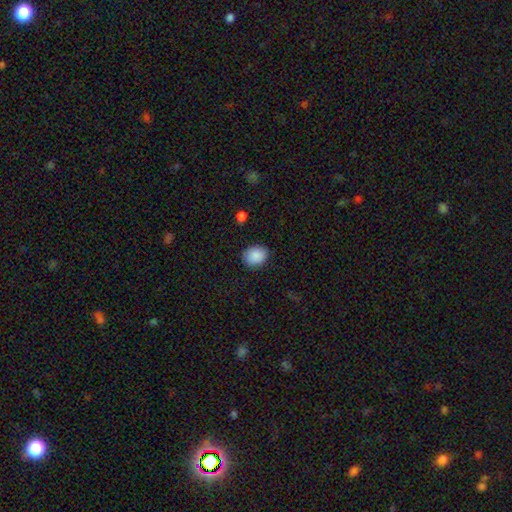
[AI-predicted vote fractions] Smooth or featured?
  - smooth: 89% *
  - star or artifact: 7%
  - featured or disk: 4%
How rounded?
  - in between: 51% *
  - round: 48%
  - cigar-shaped: 1%
Merging?
  - none: 85% *
  - minor disturbance: 11%
  - major disturbance: 3%
  - merger: 1%